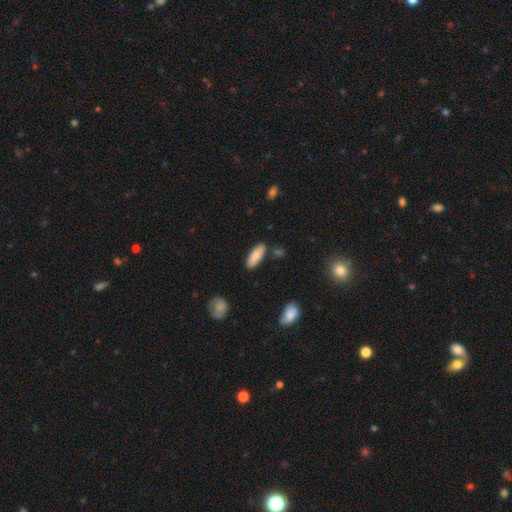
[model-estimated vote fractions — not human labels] smooth_or_featured: smooth (p=0.85) [alt: featured or disk p=0.09]
how_rounded: in between (p=0.73) [alt: cigar-shaped p=0.25]
merging: none (p=0.84) [alt: minor disturbance p=0.11]